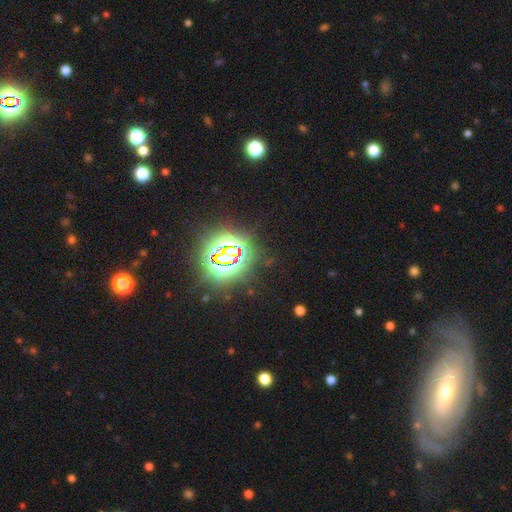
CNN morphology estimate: This appears to be a star or artifact, not a galaxy (79%).